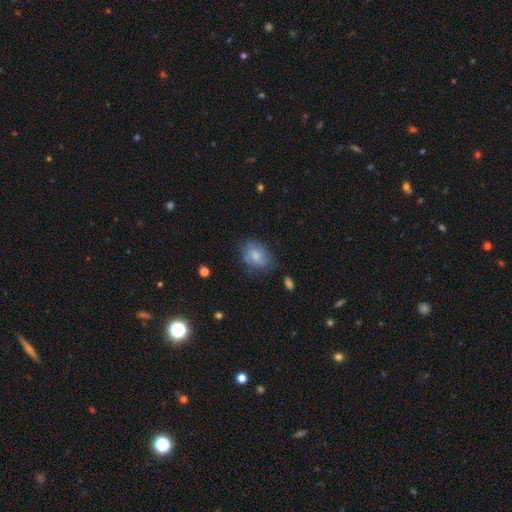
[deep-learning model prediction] smooth 74%, featured or disk 19%, star or artifact 8%. Down the decision tree: how rounded — in between (67%); merging — none (60%).